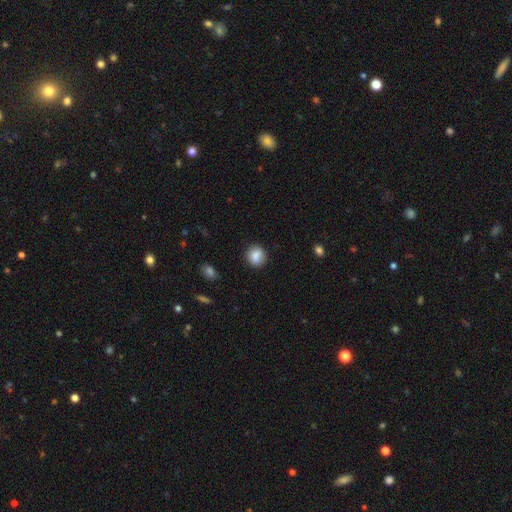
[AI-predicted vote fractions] A smooth galaxy with no disk features (83%) that is round (73%).

Vote fractions:
- Smooth or featured? smooth: 83% / star or artifact: 9% / featured or disk: 8%
- How rounded? round: 73% / in between: 26% / cigar-shaped: 1%
- Merging? none: 81% / minor disturbance: 13% / major disturbance: 3% / merger: 3%